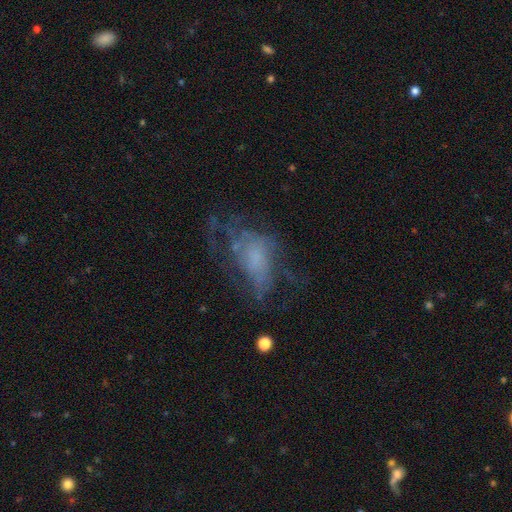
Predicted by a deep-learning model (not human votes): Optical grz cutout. It shows a featured or disk galaxy (59%) with no bar (80%), no spiral arms (53%) and no central bulge (46%). Merging: none (40%).